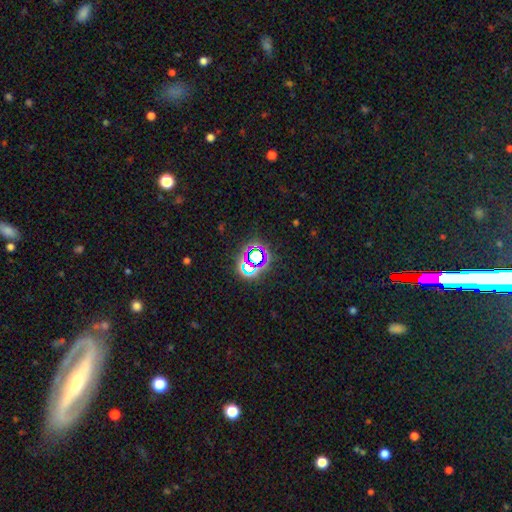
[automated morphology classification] This appears to be a star or artifact, not a galaxy (68%).